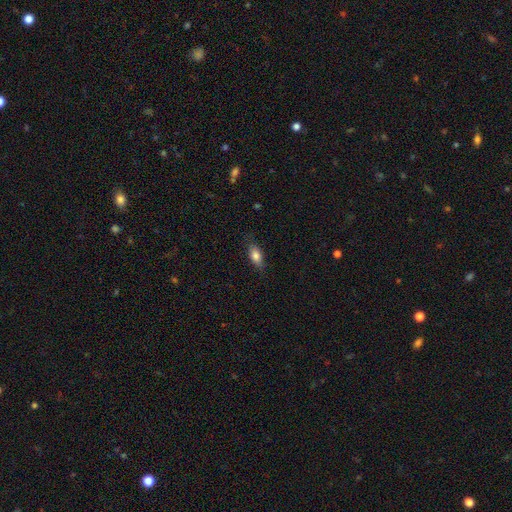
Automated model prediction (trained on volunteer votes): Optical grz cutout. It shows a smooth galaxy with no disk features (79%) that is in between round and cigar-shaped (82%). Merging: none (79%).